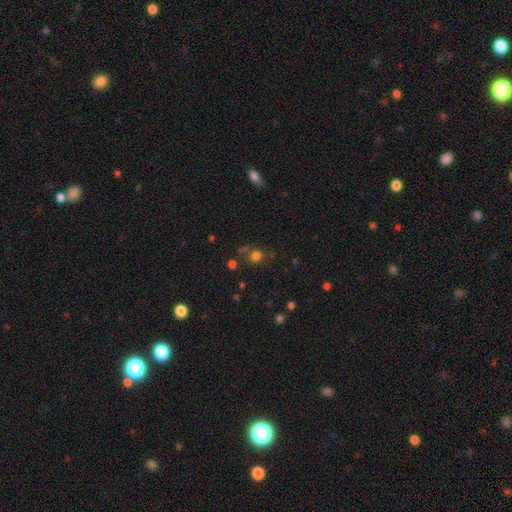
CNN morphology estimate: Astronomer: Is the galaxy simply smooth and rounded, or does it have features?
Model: smooth — 71%.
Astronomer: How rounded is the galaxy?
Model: round — 83%.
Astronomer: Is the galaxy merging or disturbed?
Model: none — 69%.